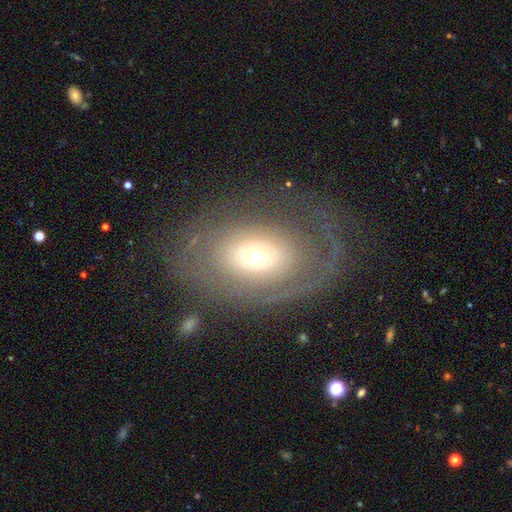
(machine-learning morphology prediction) This is possibly a featured or disk galaxy (58%). It is clearly not viewed edge-on (92%). Bar: clearly no (86%). Spiral arm pattern: possibly no (58%). Central bulge: possibly small (48%). Merging: likely none (66%).